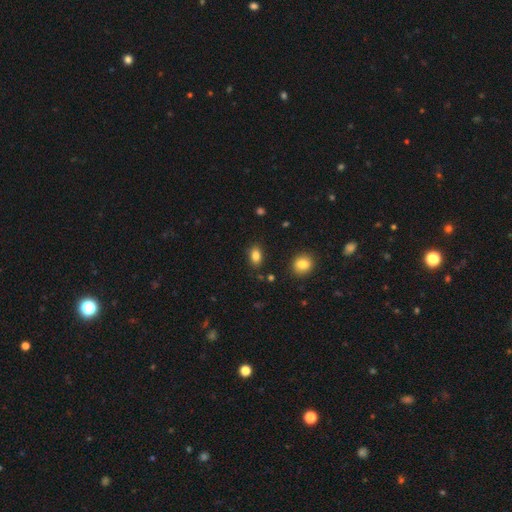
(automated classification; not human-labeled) Smooth or featured: smooth — 84% (star or artifact — 10%)
How rounded: in between — 85% (round — 13%)
Merging: none — 86% (minor disturbance — 9%)